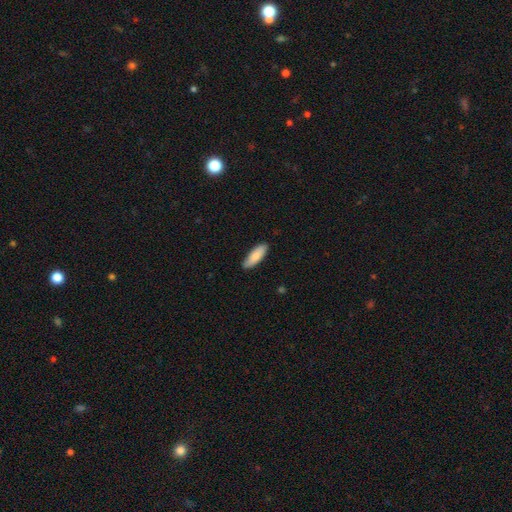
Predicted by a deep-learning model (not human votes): Smooth or featured? smooth (84%)
How rounded? in between (63%)
Merging? none (84%)